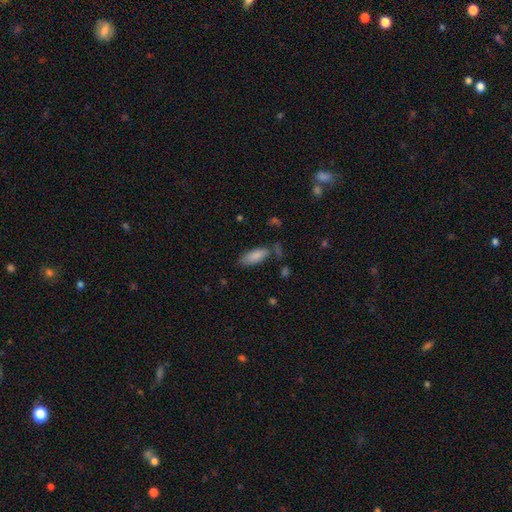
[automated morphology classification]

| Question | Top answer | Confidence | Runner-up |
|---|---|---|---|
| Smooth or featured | smooth | 85% | featured or disk (8%) |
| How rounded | in between | 79% | cigar-shaped (19%) |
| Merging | none | 69% | minor disturbance (20%) |